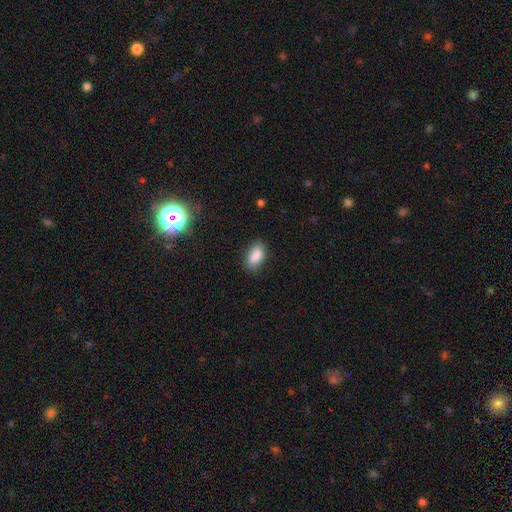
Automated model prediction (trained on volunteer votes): smooth 87%, star or artifact 8%, featured or disk 5%. Down the decision tree: how rounded — in between (92%); merging — none (85%).